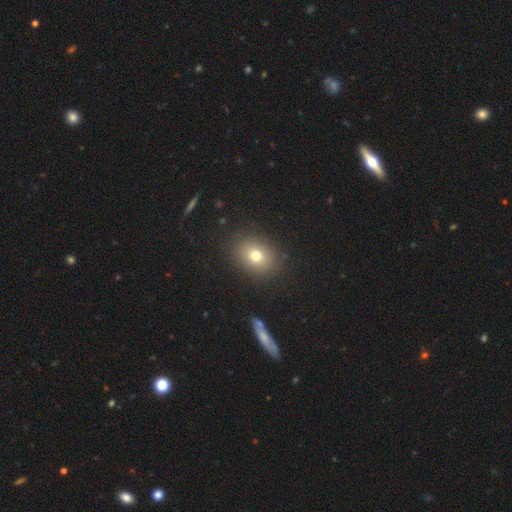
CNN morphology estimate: Smooth or featured? Predicted: smooth (p=0.75). How rounded? Predicted: in between (p=0.55). Merging? Predicted: none (p=0.87).